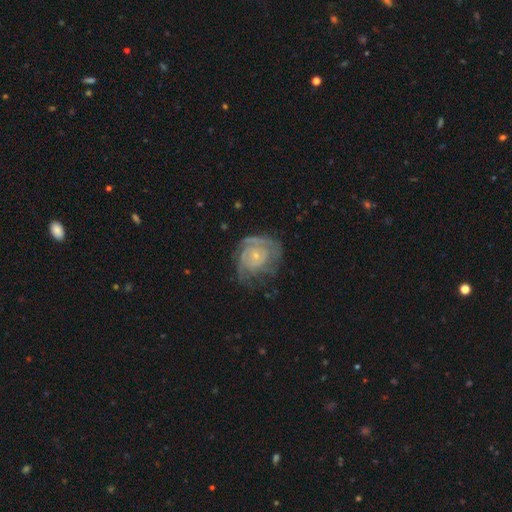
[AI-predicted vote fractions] A featured or disk galaxy (78%) with no bar (78%), tight (66%) spiral arms (86%) and a small central bulge (77%).

Vote fractions:
- Smooth or featured? featured or disk: 78% / smooth: 15% / star or artifact: 7%
- Edge-on disk? no: 98% / yes: 2%
- Bar? no: 78% / weak: 19% / strong: 4%
- Spiral arms? yes: 86% / no: 14%
- Spiral winding? tight: 66% / medium: 26% / loose: 8%
- Spiral arm count? can't tell: 42% / 2: 23% / 3: 16% / 4: 8% / 1: 7% / more than 4: 5%
- Bulge size? small: 77% / moderate: 18% / none: 3% / large: 1% / dominant: 1%
- Merging? none: 54% / minor disturbance: 25% / major disturbance: 20% / merger: 2%